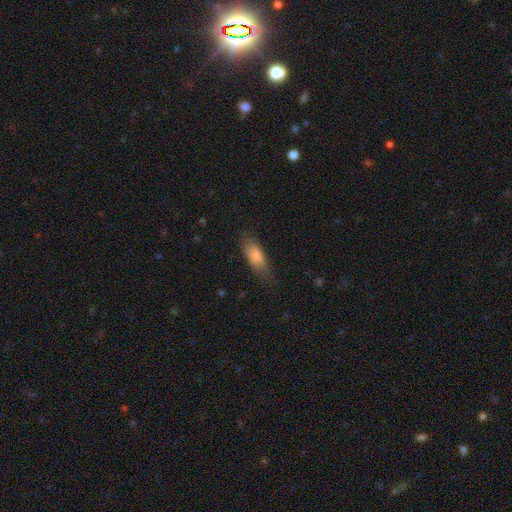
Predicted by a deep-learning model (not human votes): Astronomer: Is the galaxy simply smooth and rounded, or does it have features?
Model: smooth — 81%.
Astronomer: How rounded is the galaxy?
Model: in between — 71%.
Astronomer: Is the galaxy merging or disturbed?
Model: none — 70%.